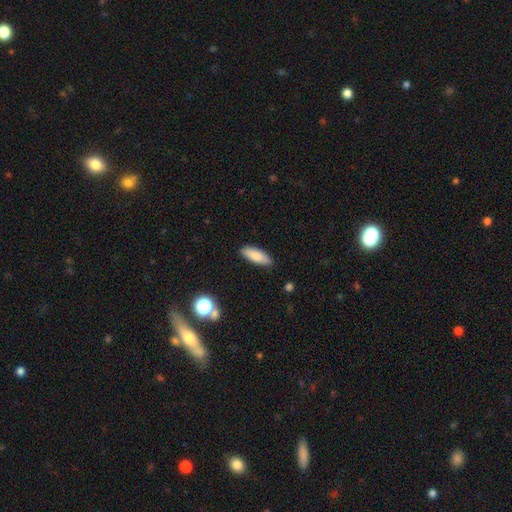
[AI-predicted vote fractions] Overall: smooth (84%). How rounded: in between (62%; cigar-shaped 36%). Merging: none (88%).